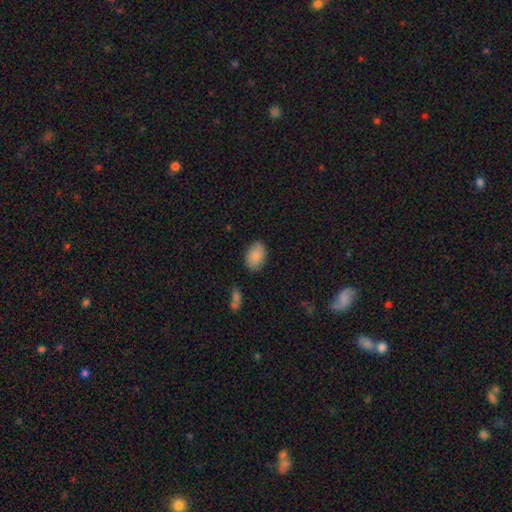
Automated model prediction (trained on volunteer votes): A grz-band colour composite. It shows a smooth galaxy with no disk features (86%) that is in between round and cigar-shaped (85%). Merging: none (79%).